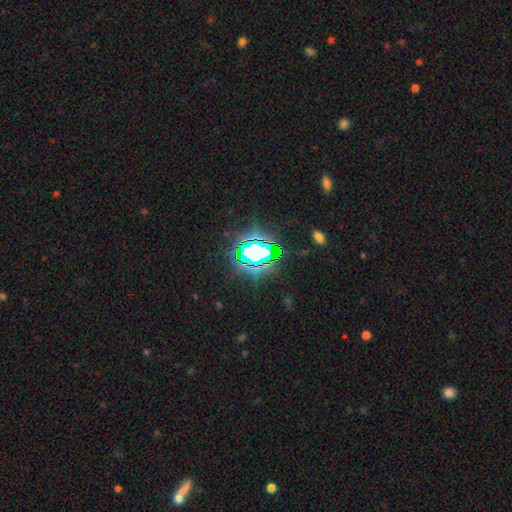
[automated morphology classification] Smooth or featured? Predicted: star or artifact (p=0.73).